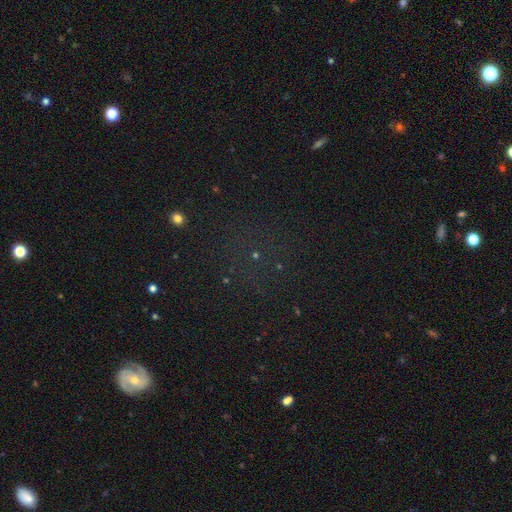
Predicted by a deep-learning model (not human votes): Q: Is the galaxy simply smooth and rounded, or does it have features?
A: star or artifact — 59%.